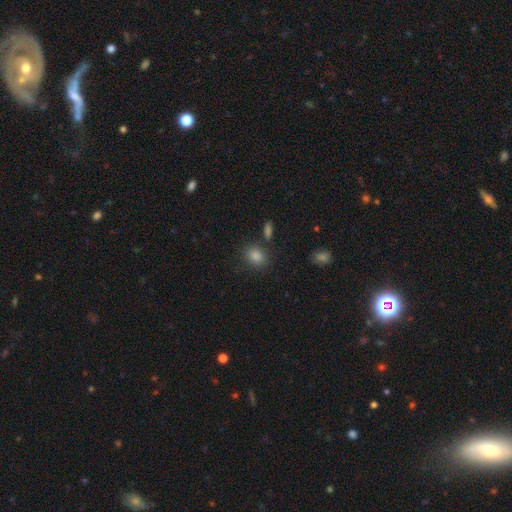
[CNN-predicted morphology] A smooth galaxy with no disk features (83%) that is round (57%).

Vote fractions:
- Smooth or featured? smooth: 83% / star or artifact: 12% / featured or disk: 5%
- How rounded? round: 57% / in between: 42% / cigar-shaped: 1%
- Merging? none: 81% / minor disturbance: 10% / merger: 6% / major disturbance: 3%